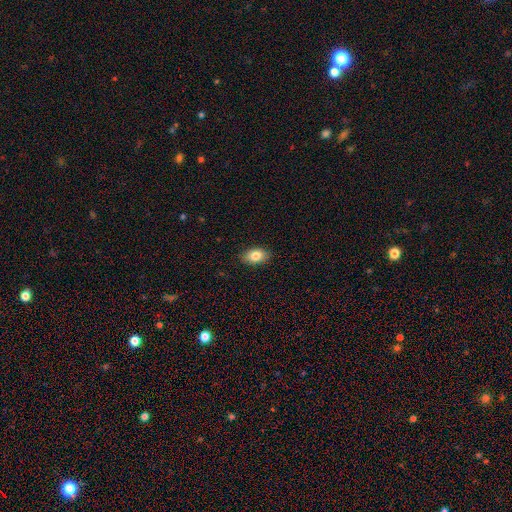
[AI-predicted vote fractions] Smooth or featured? Predicted: smooth (p=0.82). How rounded? Predicted: in between (p=0.89). Merging? Predicted: none (p=0.88).